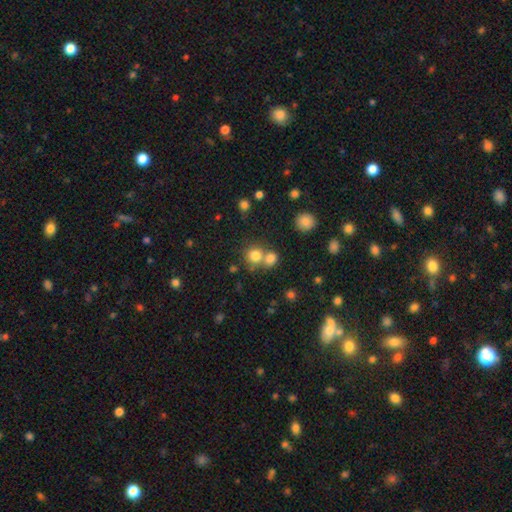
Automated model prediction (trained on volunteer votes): This appears to be a smooth galaxy with no disk features (79%) that is round (86%). Merging: none (51%).